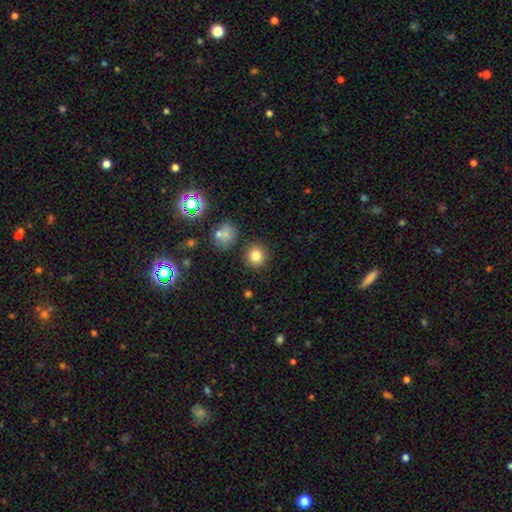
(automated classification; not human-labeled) Smooth or featured? Predicted: smooth (p=0.81). How rounded? Predicted: round (p=0.91). Merging? Predicted: none (p=0.86).